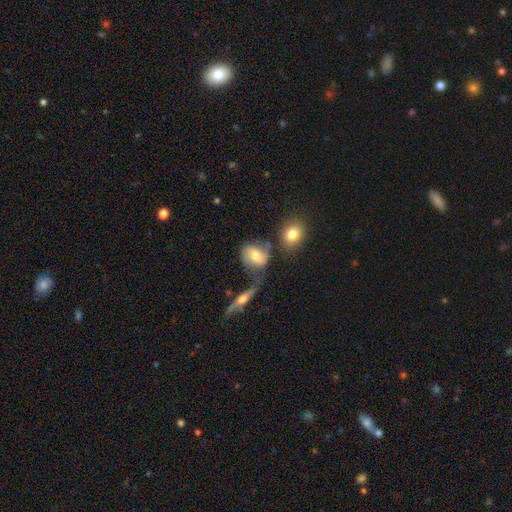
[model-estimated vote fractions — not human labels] A smooth galaxy with no disk features (54%) that is in between round and cigar-shaped (55%).

Vote fractions:
- Smooth or featured? smooth: 54% / featured or disk: 36% / star or artifact: 10%
- How rounded? in between: 55% / round: 43% / cigar-shaped: 2%
- Merging? none: 49% / minor disturbance: 20% / merger: 20% / major disturbance: 10%